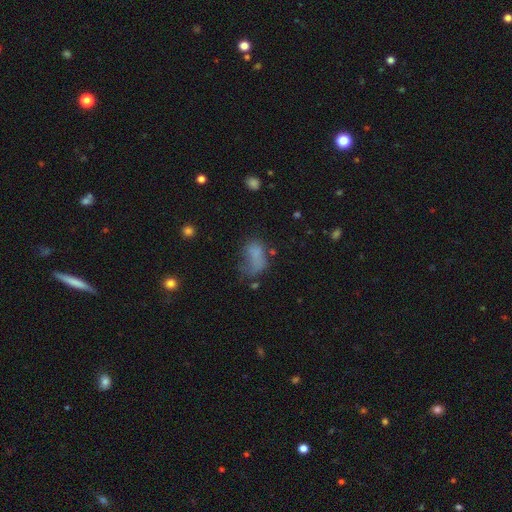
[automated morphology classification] Q: Smooth or featured?
A: smooth (64%); runner-up: featured or disk (20%)
Q: How rounded?
A: in between (85%); runner-up: round (12%)
Q: Merging?
A: major disturbance (42%); runner-up: none (25%)